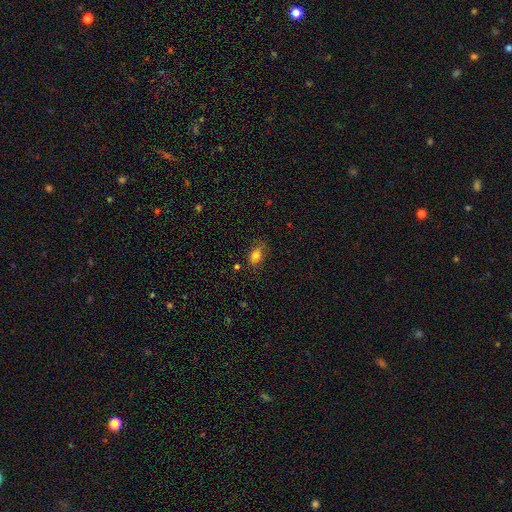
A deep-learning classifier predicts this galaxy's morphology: This appears to be a smooth galaxy with no disk features (78%) that is in between round and cigar-shaped (80%). Merging: none (72%).